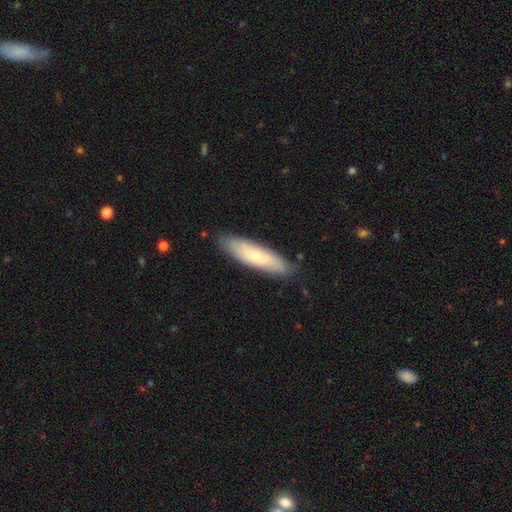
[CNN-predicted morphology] A smooth galaxy with no disk features (53%) that is cigar-shaped (61%). Merging: none (84%).